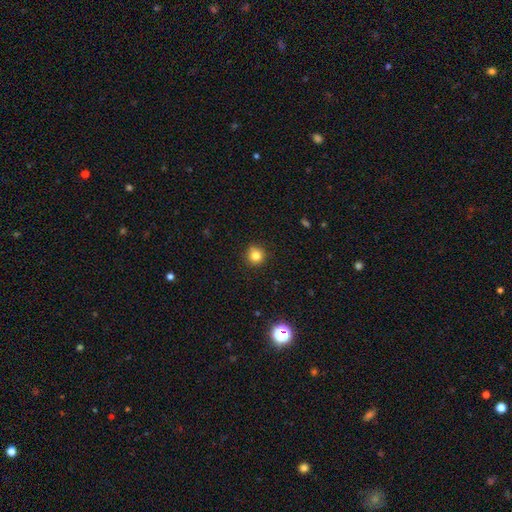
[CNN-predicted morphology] A smooth galaxy with no disk features (82%) that is round (94%). Merging: none (89%).